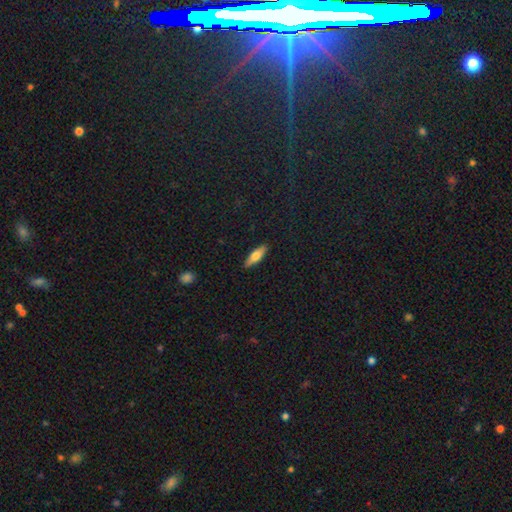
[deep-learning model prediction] smooth 66%, featured or disk 28%, star or artifact 6%. Down the decision tree: how rounded — cigar-shaped (52%); merging — none (89%).